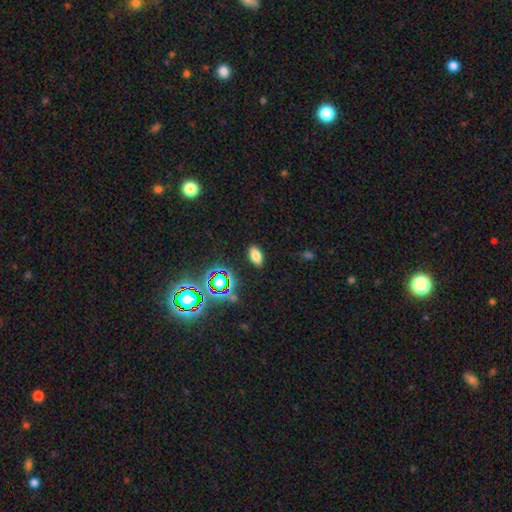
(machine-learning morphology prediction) This is likely a smooth galaxy (71%). How rounded: clearly in between (90%). Merging: clearly none (88%).